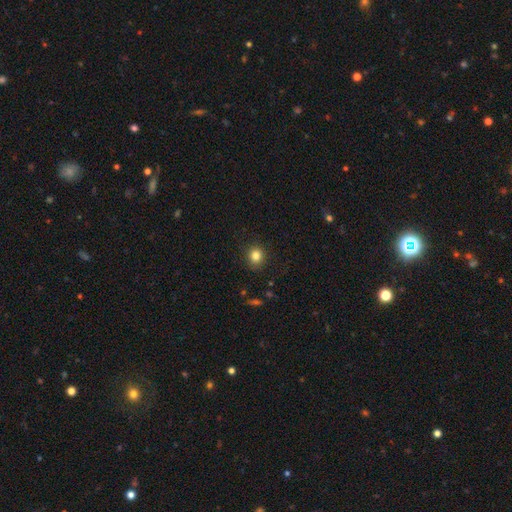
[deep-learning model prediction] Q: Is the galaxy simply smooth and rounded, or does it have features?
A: smooth — 83%.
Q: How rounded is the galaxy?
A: round — 81%.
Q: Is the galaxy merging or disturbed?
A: none — 89%.